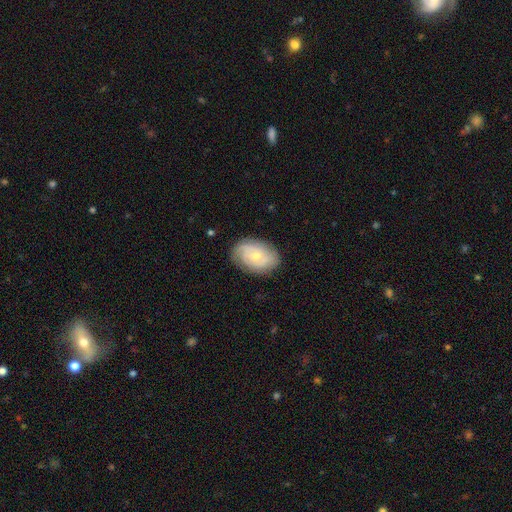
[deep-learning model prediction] Q: Smooth or featured?
A: featured or disk (68%); runner-up: smooth (26%)
Q: Edge-on disk?
A: no (96%); runner-up: yes (4%)
Q: Bar?
A: no (72%); runner-up: weak (24%)
Q: Spiral arms?
A: yes (89%); runner-up: no (11%)
Q: Spiral winding?
A: tight (60%); runner-up: medium (30%)
Q: Spiral arm count?
A: 2 (38%); runner-up: can't tell (33%)
Q: Bulge size?
A: small (61%); runner-up: moderate (36%)
Q: Merging?
A: none (80%); runner-up: minor disturbance (15%)